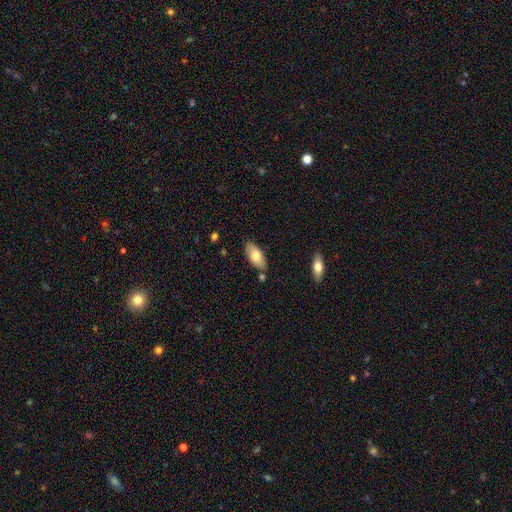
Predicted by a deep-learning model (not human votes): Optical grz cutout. It shows a smooth galaxy with no disk features (78%) that is in between round and cigar-shaped (90%). Merging: none (79%).